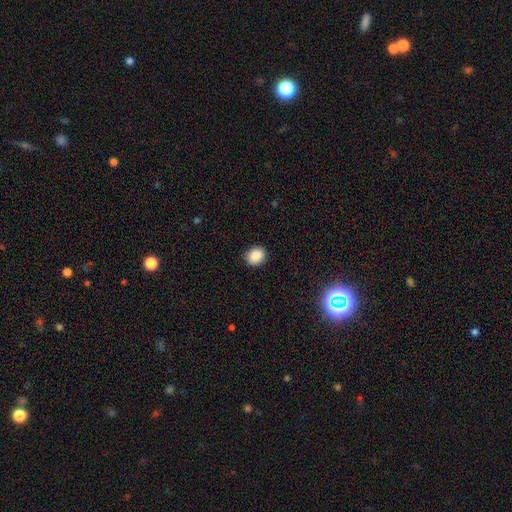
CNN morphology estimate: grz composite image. It shows a smooth galaxy with no disk features (88%) that is round (65%). Merging: none (89%).